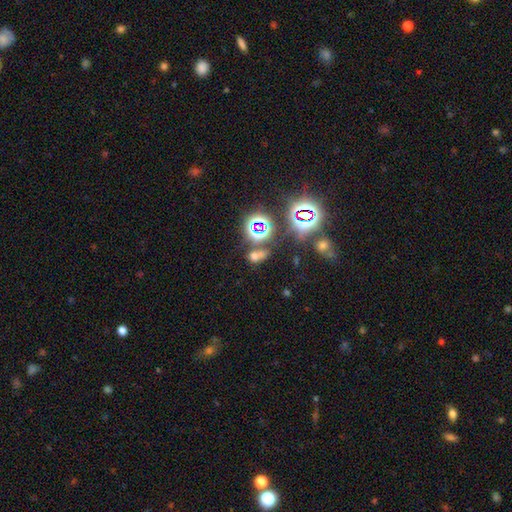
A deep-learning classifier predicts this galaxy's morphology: A smooth galaxy with no disk features (46%). Merging: none (52%).